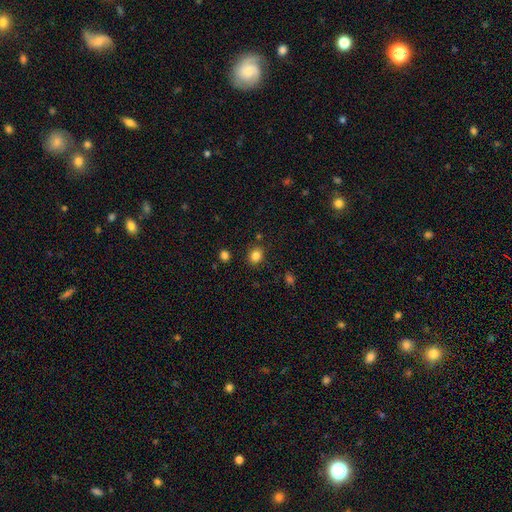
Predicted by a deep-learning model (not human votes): Morphology: type=smooth (83%); roundness=round (64%); merging=none (85%).